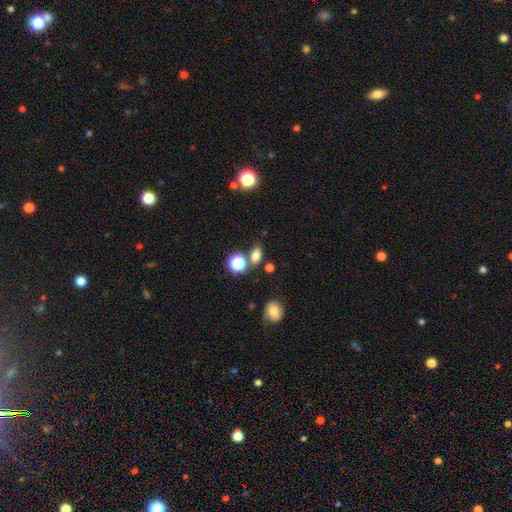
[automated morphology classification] smooth-or-featured: smooth: 74% | star or artifact: 17% | featured or disk: 9%
  how-rounded: in between: 70% | round: 26% | cigar-shaped: 4%
  merging: none: 69% | minor disturbance: 13% | merger: 12% | major disturbance: 5%